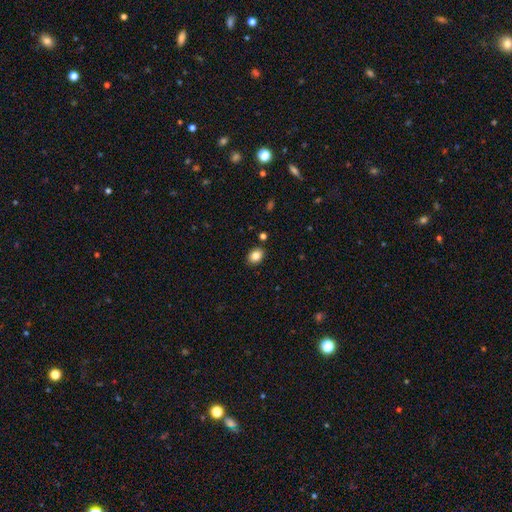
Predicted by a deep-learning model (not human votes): Morphology: type=smooth (85%); roundness=in between (63%); merging=none (87%).